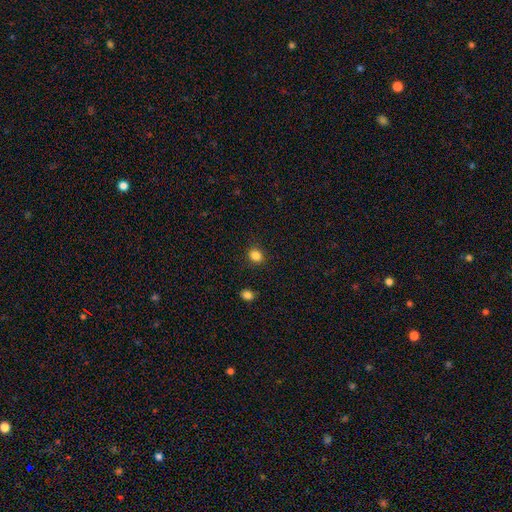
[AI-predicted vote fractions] Smooth or featured: smooth — 84% (star or artifact — 12%)
How rounded: round — 73% (in between — 26%)
Merging: none — 88% (minor disturbance — 8%)